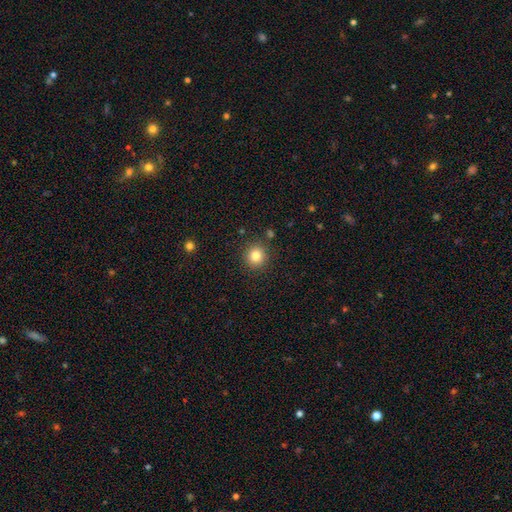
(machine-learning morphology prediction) type=smooth (83%); roundness=round (92%); merging=none (89%).